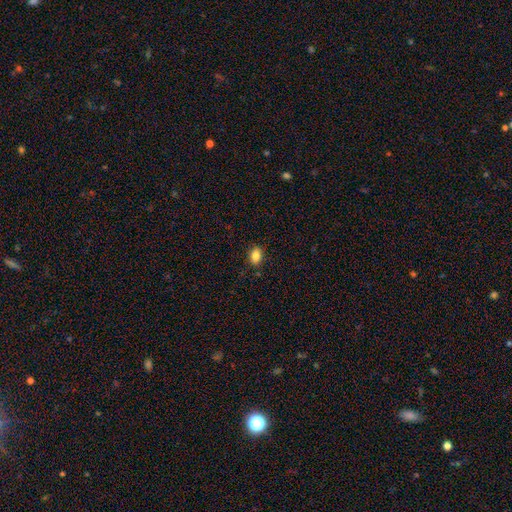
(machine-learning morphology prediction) type=smooth (85%); roundness=in between (78%); merging=none (87%).